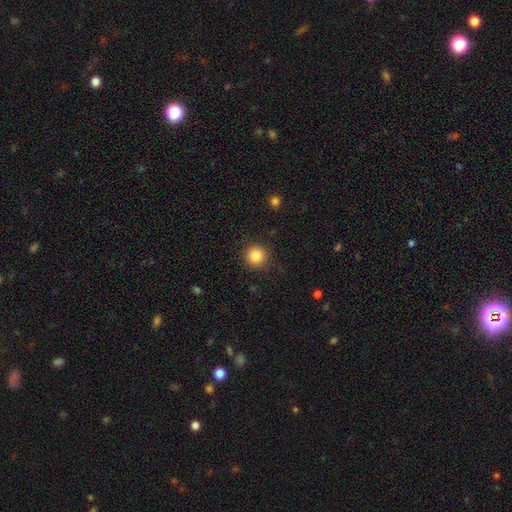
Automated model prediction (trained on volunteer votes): Smooth or featured?
  - smooth: 85% *
  - star or artifact: 10%
  - featured or disk: 5%
How rounded?
  - round: 94% *
  - in between: 5%
  - cigar-shaped: 1%
Merging?
  - none: 89% *
  - minor disturbance: 7%
  - major disturbance: 3%
  - merger: 1%